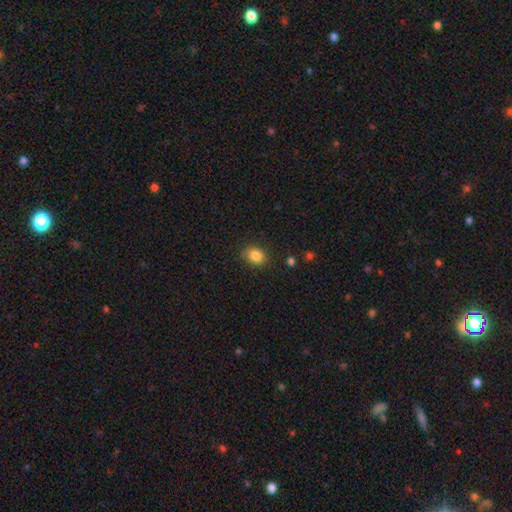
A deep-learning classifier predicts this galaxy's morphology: smooth 84%, star or artifact 10%, featured or disk 5%. Down the decision tree: how rounded — in between (50%); merging — none (78%).